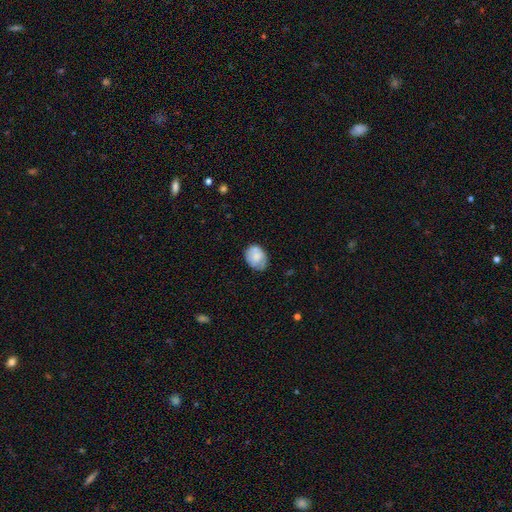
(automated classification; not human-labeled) smooth_or_featured: smooth (p=0.72) [alt: featured or disk p=0.20]
how_rounded: in between (p=0.64) [alt: round p=0.35]
merging: none (p=0.63) [alt: minor disturbance p=0.28]